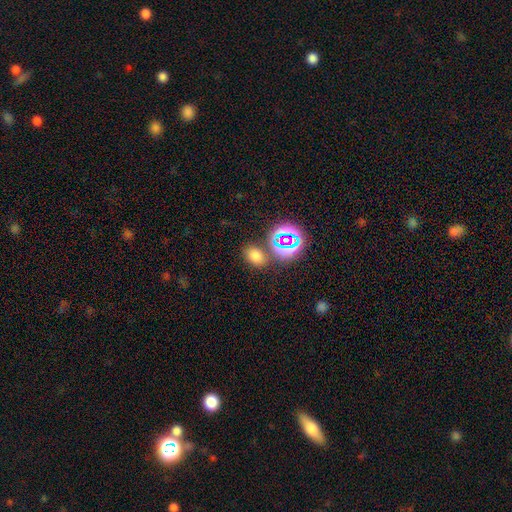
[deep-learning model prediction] smooth 67%, star or artifact 26%, featured or disk 7%. Down the decision tree: how rounded — in between (70%); merging — none (71%).